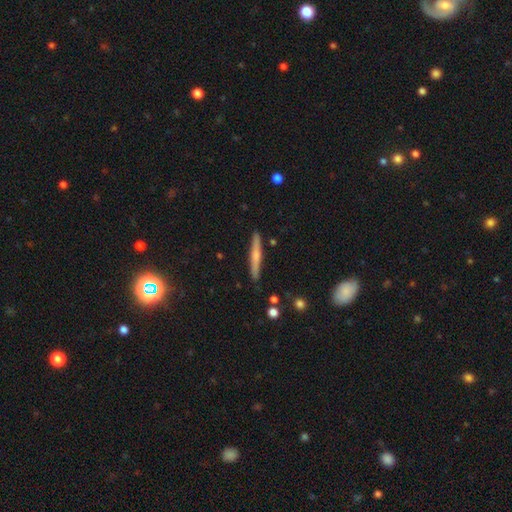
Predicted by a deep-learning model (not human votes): This is possibly a smooth galaxy (48%). Merging: clearly none (89%).